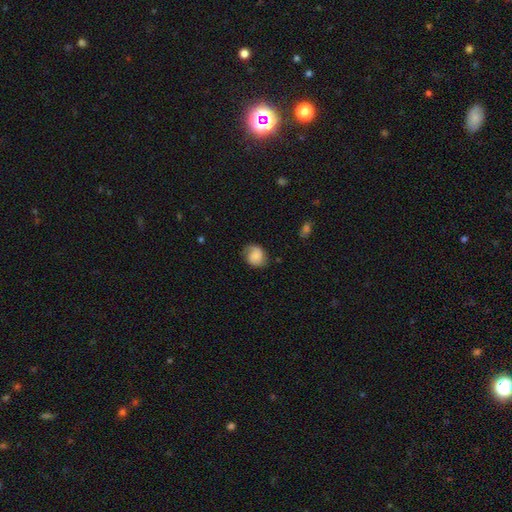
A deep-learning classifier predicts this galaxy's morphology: Smooth or featured? Predicted: smooth (p=0.66). How rounded? Predicted: round (p=0.60). Merging? Predicted: none (p=0.59).